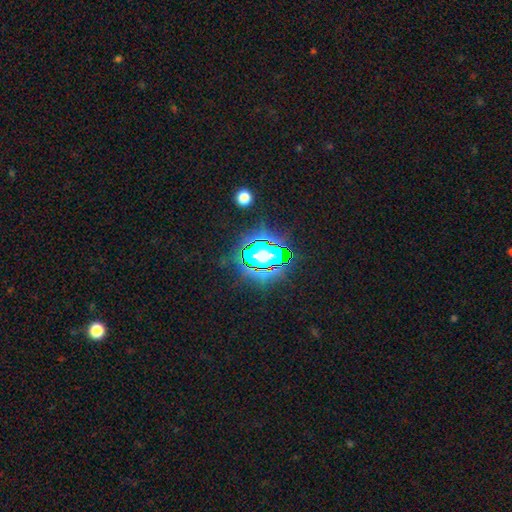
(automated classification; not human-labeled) The model was most divided on "smooth or featured": star or artifact: 63%, smooth: 22%, featured or disk: 15%.